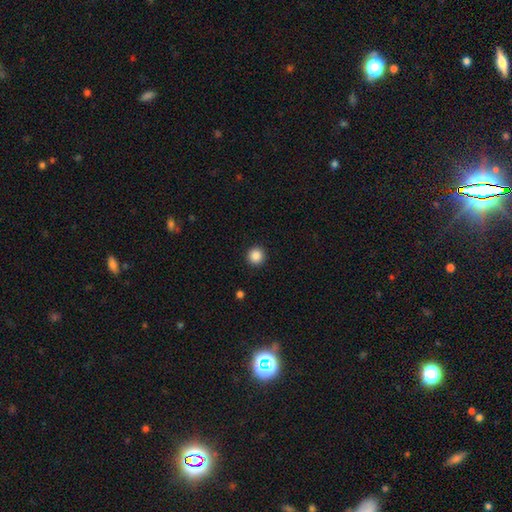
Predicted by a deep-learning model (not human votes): Smooth or featured: smooth — 87% (star or artifact — 10%)
How rounded: round — 95% (in between — 4%)
Merging: none — 93% (minor disturbance — 4%)